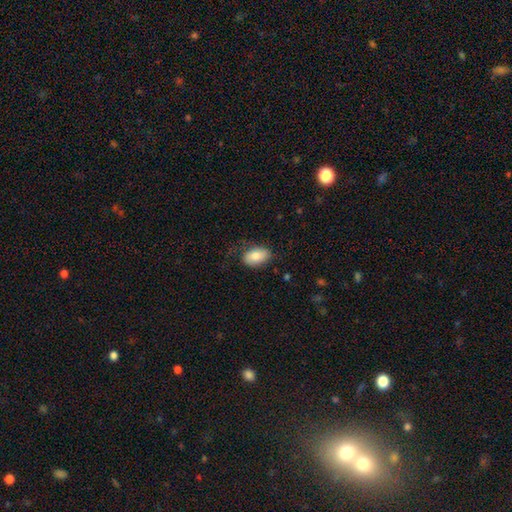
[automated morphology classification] type=smooth (81%); roundness=in between (90%); merging=none (72%).